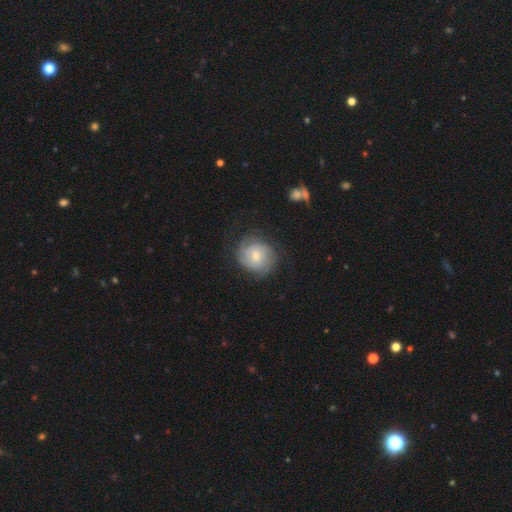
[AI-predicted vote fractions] This appears to be a featured or disk galaxy (68%) with no bar (48%), tight (64%) spiral arms (91%) and a small central bulge (57%). Merging: none (71%).